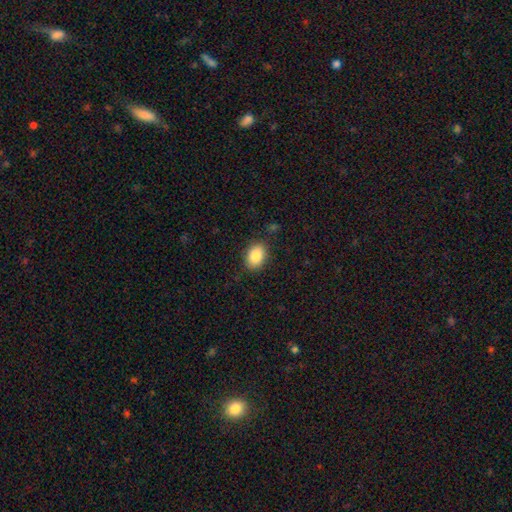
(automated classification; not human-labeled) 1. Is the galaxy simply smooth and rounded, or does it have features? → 87% smooth, 8% star or artifact, 6% featured or disk.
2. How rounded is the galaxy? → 80% in between, 19% round, 1% cigar-shaped.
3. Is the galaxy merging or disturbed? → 86% none, 10% minor disturbance, 3% major disturbance, 1% merger.